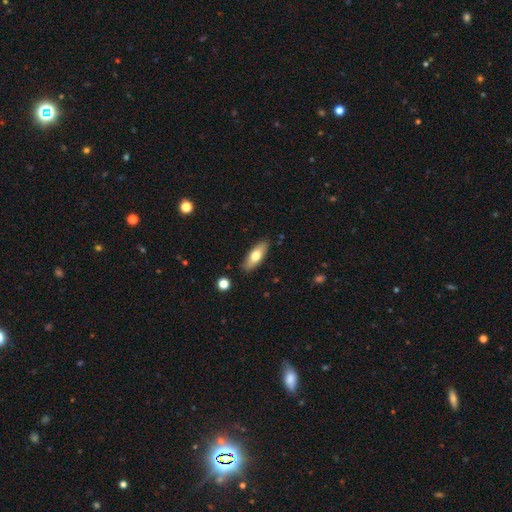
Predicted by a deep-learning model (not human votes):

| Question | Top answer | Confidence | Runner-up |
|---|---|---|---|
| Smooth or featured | smooth | 68% | featured or disk (25%) |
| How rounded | in between | 68% | cigar-shaped (30%) |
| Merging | none | 87% | minor disturbance (10%) |